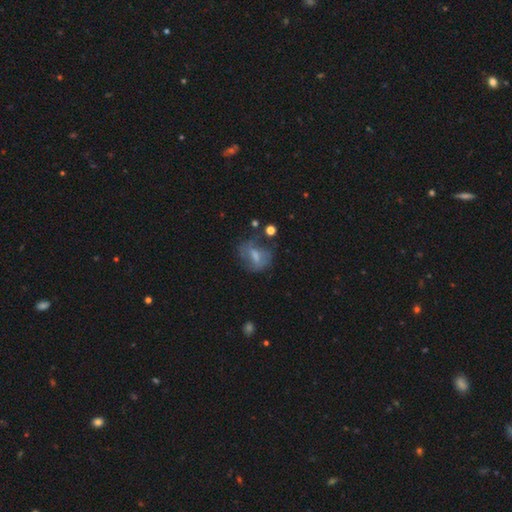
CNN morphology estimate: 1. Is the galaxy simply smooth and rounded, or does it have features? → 49% smooth, 39% featured or disk, 12% star or artifact.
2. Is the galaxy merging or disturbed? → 47% none, 25% minor disturbance, 23% major disturbance, 6% merger.